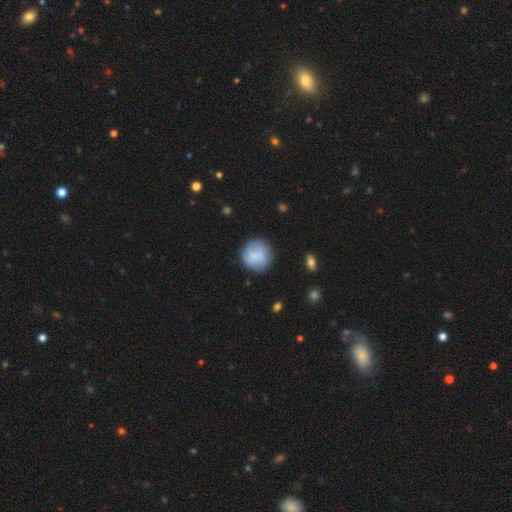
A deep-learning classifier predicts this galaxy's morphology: The model was most divided on "smooth or featured": smooth: 77%, featured or disk: 16%, star or artifact: 7%. More confident: how rounded — round (92%); merging — none (79%).